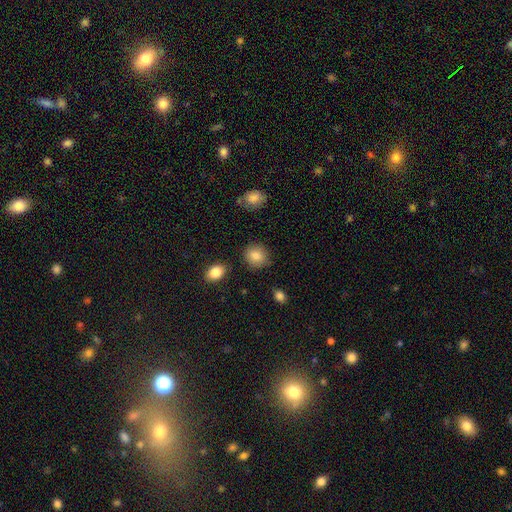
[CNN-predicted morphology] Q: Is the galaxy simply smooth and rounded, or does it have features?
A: smooth — 85%.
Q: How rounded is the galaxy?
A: round — 77%.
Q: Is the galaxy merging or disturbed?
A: none — 84%.